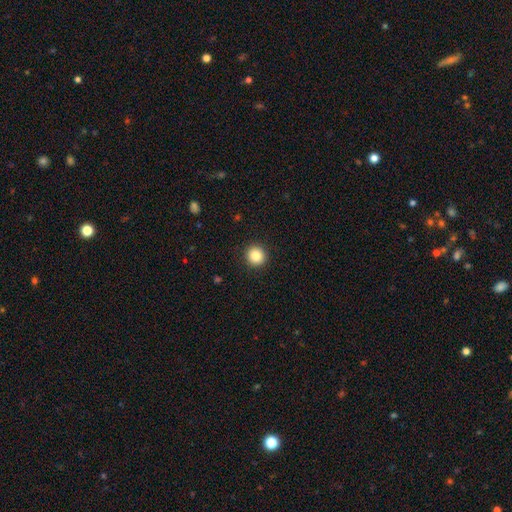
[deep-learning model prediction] Smooth or featured? smooth (86%)
How rounded? round (93%)
Merging? none (92%)